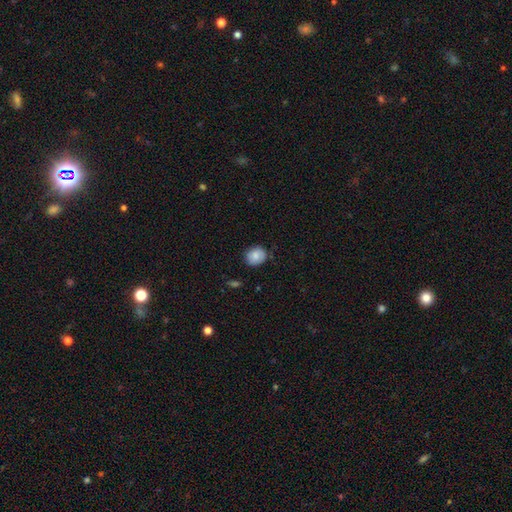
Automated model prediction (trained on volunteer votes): A smooth galaxy with no disk features (80%) that is round (66%).

Vote fractions:
- Smooth or featured? smooth: 80% / featured or disk: 12% / star or artifact: 8%
- How rounded? round: 66% / in between: 33% / cigar-shaped: 1%
- Merging? none: 77% / minor disturbance: 19% / major disturbance: 3% / merger: 1%